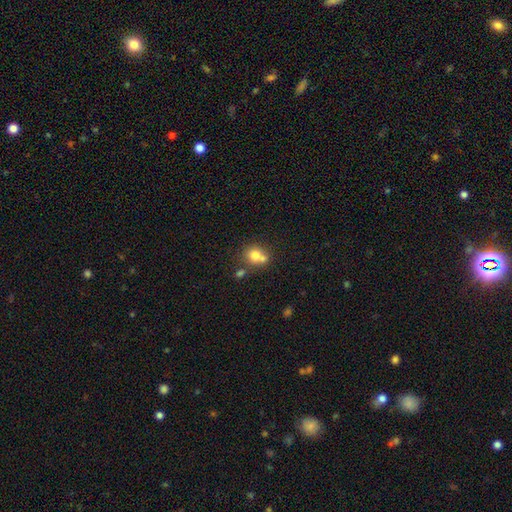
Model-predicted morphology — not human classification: Smooth or featured? smooth (74%)
How rounded? round (75%)
Merging? merger (43%)